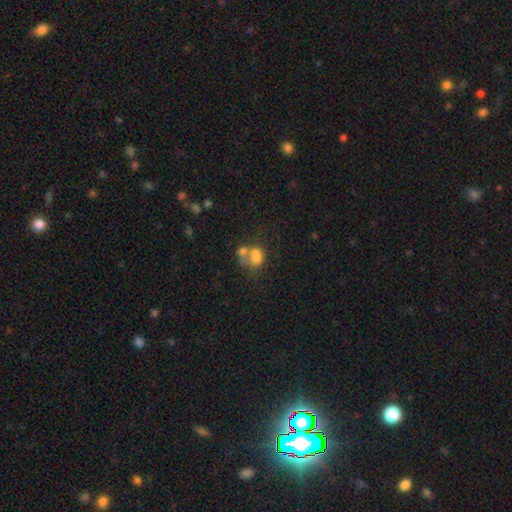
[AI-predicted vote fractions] smooth 63%, featured or disk 23%, star or artifact 13%. Down the decision tree: how rounded — in between (65%); merging — merger (54%).